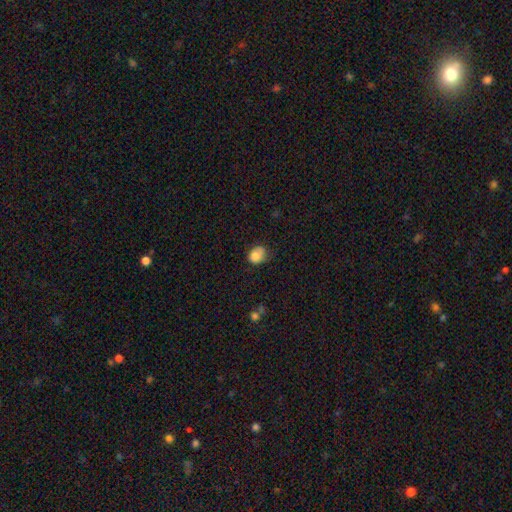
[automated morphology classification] Smooth or featured: smooth — 80% (featured or disk — 11%)
How rounded: round — 50% (in between — 49%)
Merging: none — 48% (minor disturbance — 36%)